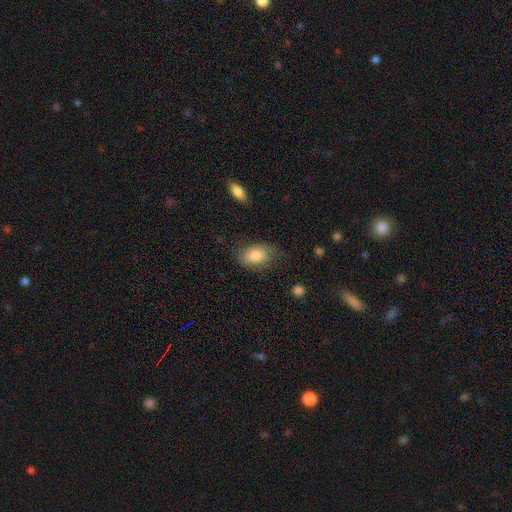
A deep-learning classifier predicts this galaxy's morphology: smooth_or_featured: smooth (p=0.81) [alt: featured or disk p=0.12]
how_rounded: in between (p=0.86) [alt: round p=0.13]
merging: none (p=0.67) [alt: minor disturbance p=0.24]